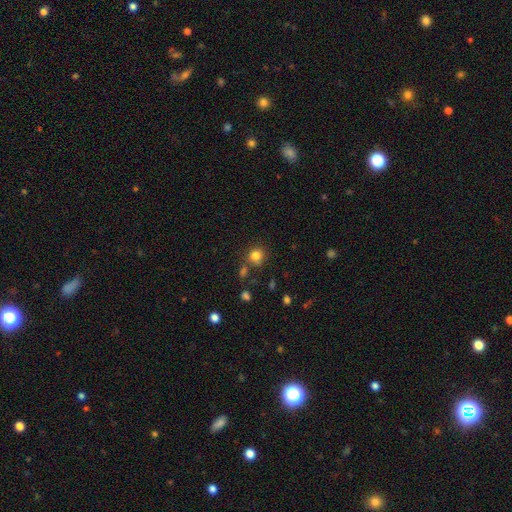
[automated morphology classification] This appears to be a smooth galaxy with no disk features (82%) that is round (86%). Merging: none (73%).